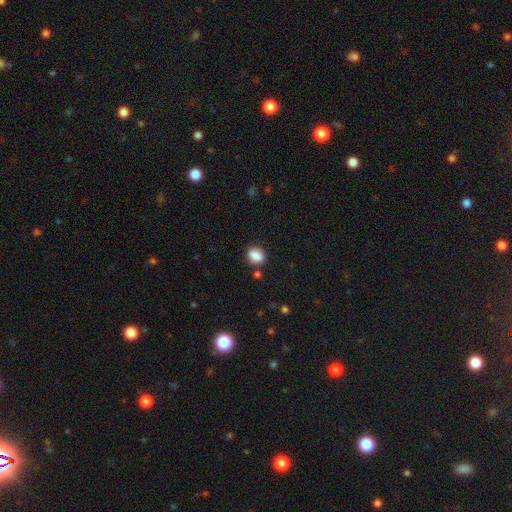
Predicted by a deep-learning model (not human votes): smooth 87%, star or artifact 9%, featured or disk 5%. Down the decision tree: how rounded — in between (61%); merging — none (80%).